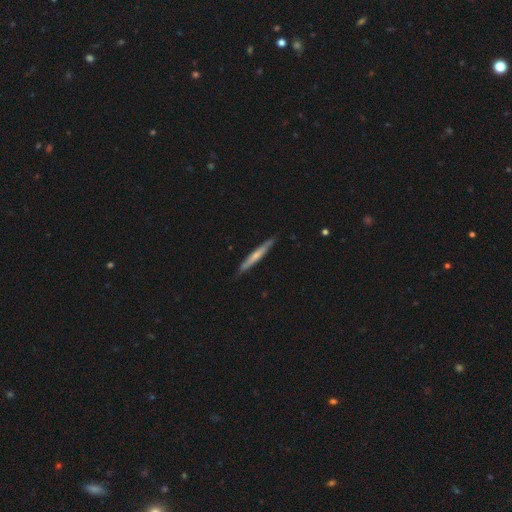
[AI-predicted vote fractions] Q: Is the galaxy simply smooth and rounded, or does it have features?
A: smooth — 50%.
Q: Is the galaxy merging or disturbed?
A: none — 88%.